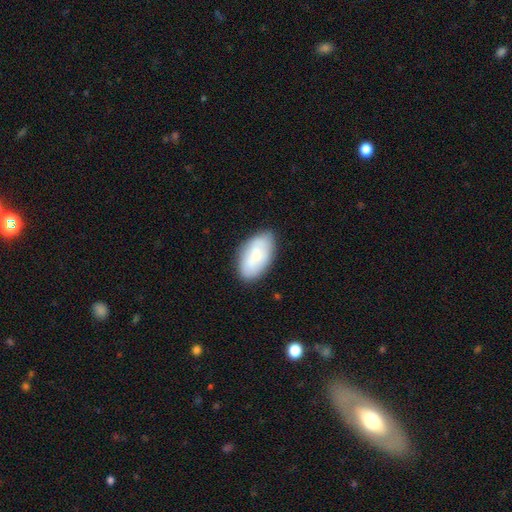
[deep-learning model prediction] smooth-or-featured: smooth: 72% | featured or disk: 22% | star or artifact: 6%
  how-rounded: in between: 94% | round: 4% | cigar-shaped: 2%
  merging: none: 79% | minor disturbance: 16% | major disturbance: 3% | merger: 2%